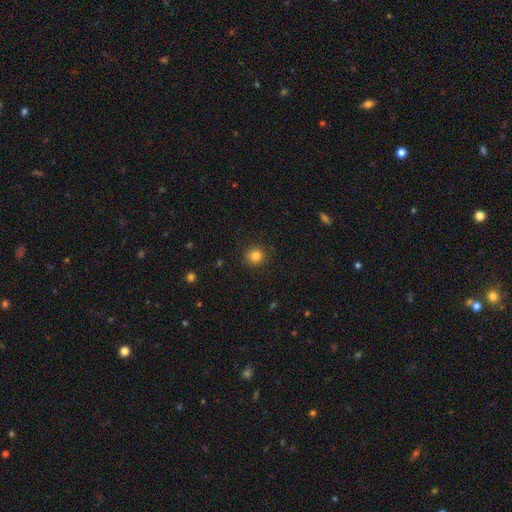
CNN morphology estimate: Smooth or featured? smooth (83%)
How rounded? round (93%)
Merging? none (91%)